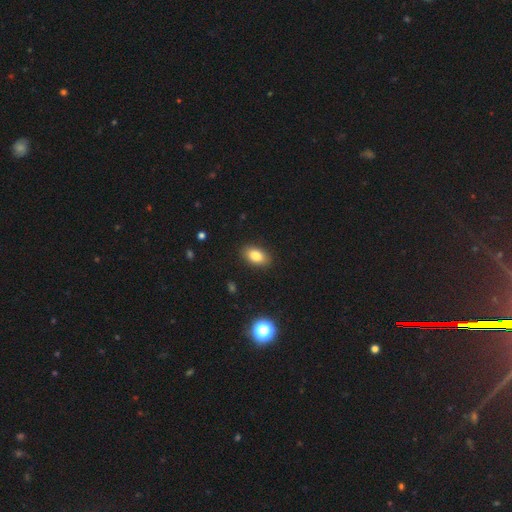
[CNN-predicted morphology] smooth_or_featured: smooth (p=0.82) [alt: star or artifact p=0.09]
how_rounded: in between (p=0.90) [alt: round p=0.08]
merging: none (p=0.89) [alt: minor disturbance p=0.08]